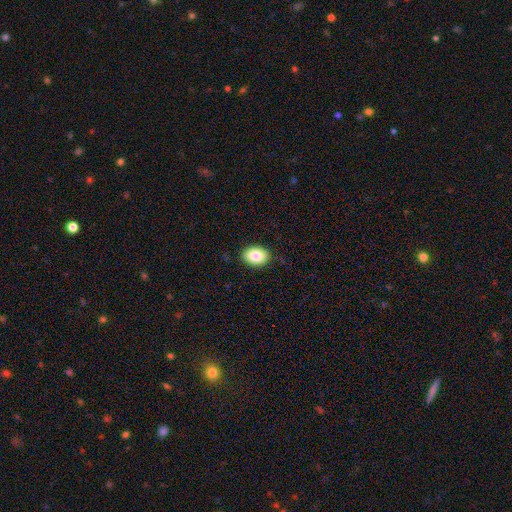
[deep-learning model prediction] smooth 85%, star or artifact 8%, featured or disk 7%. Down the decision tree: how rounded — in between (78%); merging — none (87%).